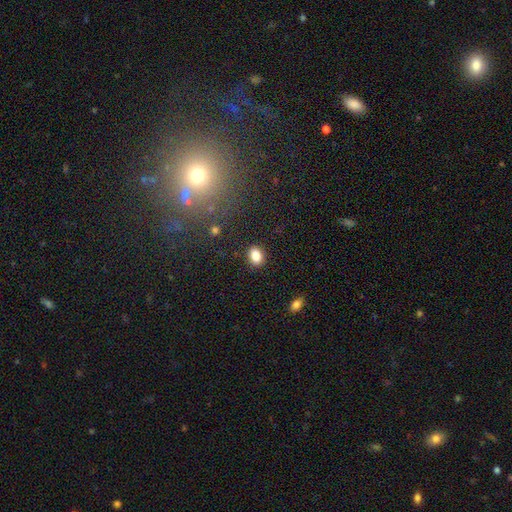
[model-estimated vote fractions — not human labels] A smooth galaxy with no disk features (85%) that is in between round and cigar-shaped (68%).

Vote fractions:
- Smooth or featured? smooth: 85% / star or artifact: 9% / featured or disk: 5%
- How rounded? in between: 68% / round: 31% / cigar-shaped: 1%
- Merging? none: 88% / minor disturbance: 8% / major disturbance: 2% / merger: 2%